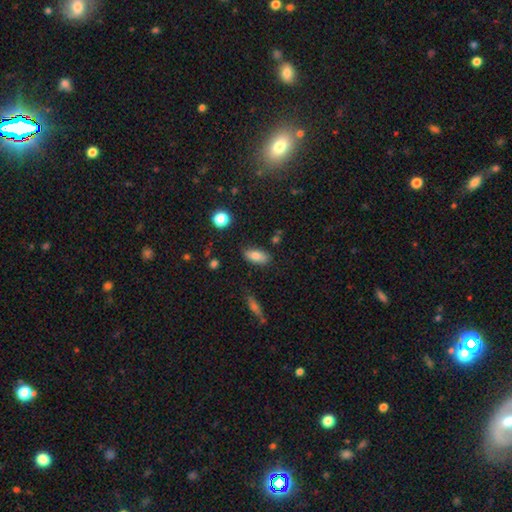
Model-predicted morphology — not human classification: A smooth galaxy with no disk features (79%) that is in between round and cigar-shaped (87%).

Vote fractions:
- Smooth or featured? smooth: 79% / featured or disk: 13% / star or artifact: 8%
- How rounded? in between: 87% / cigar-shaped: 9% / round: 4%
- Merging? none: 80% / minor disturbance: 14% / major disturbance: 3% / merger: 3%